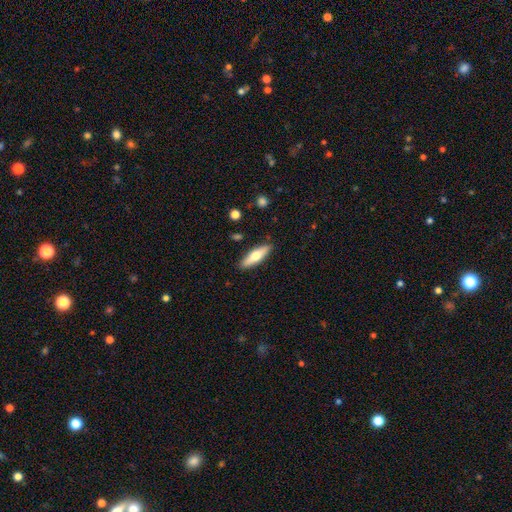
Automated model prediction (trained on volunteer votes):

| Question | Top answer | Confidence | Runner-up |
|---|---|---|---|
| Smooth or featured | smooth | 59% | featured or disk (35%) |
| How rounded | cigar-shaped | 55% | in between (42%) |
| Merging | none | 88% | minor disturbance (9%) |